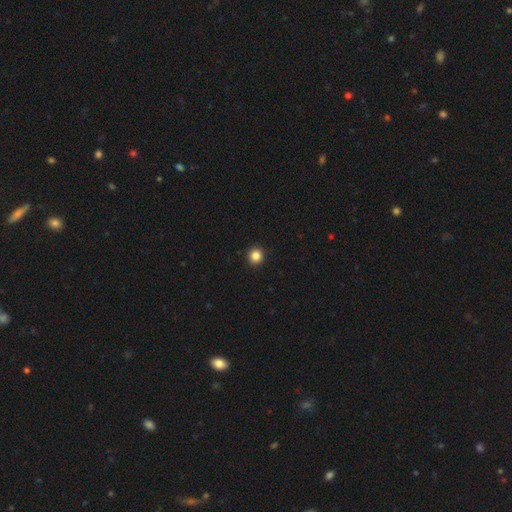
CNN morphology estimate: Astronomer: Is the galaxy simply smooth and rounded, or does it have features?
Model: smooth — 85%.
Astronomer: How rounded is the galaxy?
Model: round — 92%.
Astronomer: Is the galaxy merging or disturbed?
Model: none — 93%.